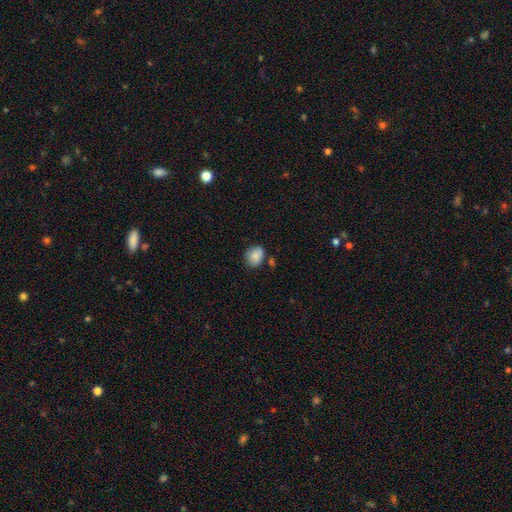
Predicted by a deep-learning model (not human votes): Q: Smooth or featured?
A: smooth (85%); runner-up: star or artifact (8%)
Q: How rounded?
A: round (56%); runner-up: in between (43%)
Q: Merging?
A: none (70%); runner-up: minor disturbance (19%)